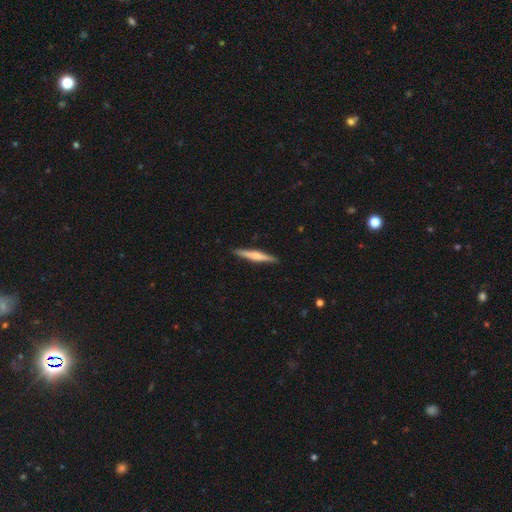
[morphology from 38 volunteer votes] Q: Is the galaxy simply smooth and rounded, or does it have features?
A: featured or disk — 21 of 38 (55%).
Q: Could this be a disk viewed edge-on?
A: yes — 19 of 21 (90%).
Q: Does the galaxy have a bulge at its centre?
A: rounded — 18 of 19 (95%).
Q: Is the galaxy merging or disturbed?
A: none — 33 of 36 (92%).